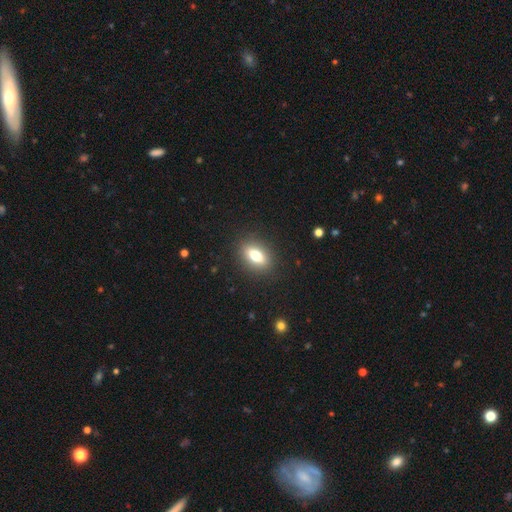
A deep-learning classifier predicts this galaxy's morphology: Smooth or featured?
  - smooth: 71% *
  - featured or disk: 20%
  - star or artifact: 9%
How rounded?
  - in between: 79% *
  - round: 12%
  - cigar-shaped: 9%
Merging?
  - none: 88% *
  - minor disturbance: 8%
  - major disturbance: 3%
  - merger: 1%